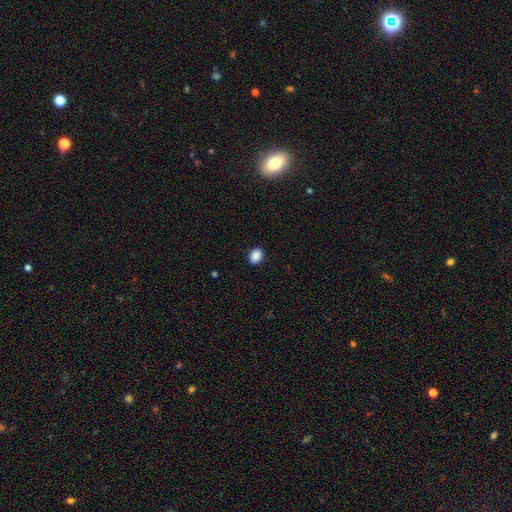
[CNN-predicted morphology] Overall: smooth (89%). How rounded: in between (69%; round 30%). Merging: none (89%).